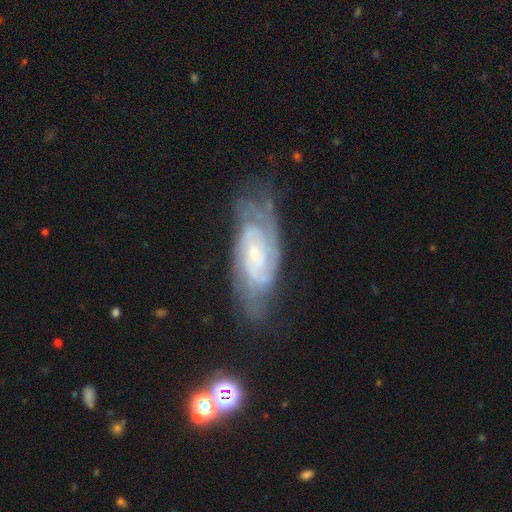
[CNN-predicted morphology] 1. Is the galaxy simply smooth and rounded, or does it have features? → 84% featured or disk, 10% smooth, 7% star or artifact.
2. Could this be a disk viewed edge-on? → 92% no, 8% yes.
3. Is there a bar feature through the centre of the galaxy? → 56% no, 35% weak, 9% strong.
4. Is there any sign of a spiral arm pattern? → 95% yes, 5% no.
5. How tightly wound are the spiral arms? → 67% tight, 28% medium, 5% loose.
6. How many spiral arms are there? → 35% can't tell, 34% 2, 15% 3, 8% 4, 4% more than 4, 4% 1.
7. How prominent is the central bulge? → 73% small, 20% moderate, 4% none, 1% large, 1% dominant.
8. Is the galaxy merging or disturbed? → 66% none, 23% minor disturbance, 9% major disturbance, 2% merger.